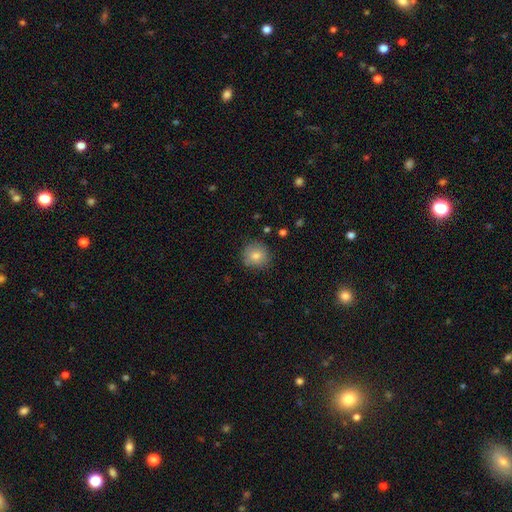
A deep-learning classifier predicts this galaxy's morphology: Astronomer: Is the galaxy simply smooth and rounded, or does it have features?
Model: smooth — 80%.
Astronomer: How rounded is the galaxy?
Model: round — 91%.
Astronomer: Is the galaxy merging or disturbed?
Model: none — 86%.